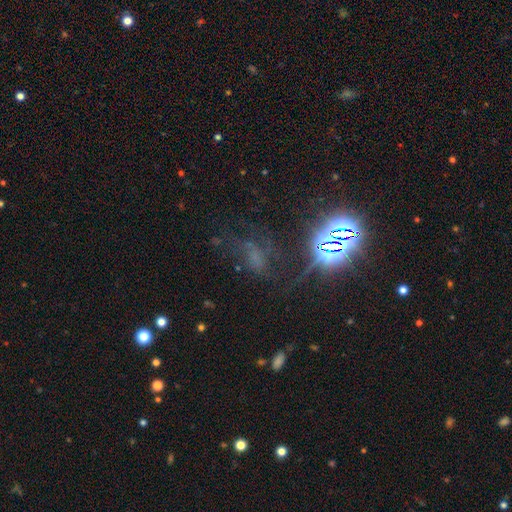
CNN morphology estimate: This appears to be a star or artifact, not a galaxy (50%).